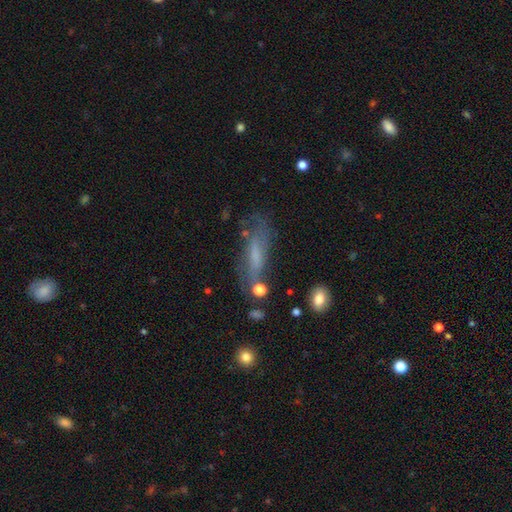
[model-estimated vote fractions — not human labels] Morphology: type=featured or disk (45%); merging=none (55%).